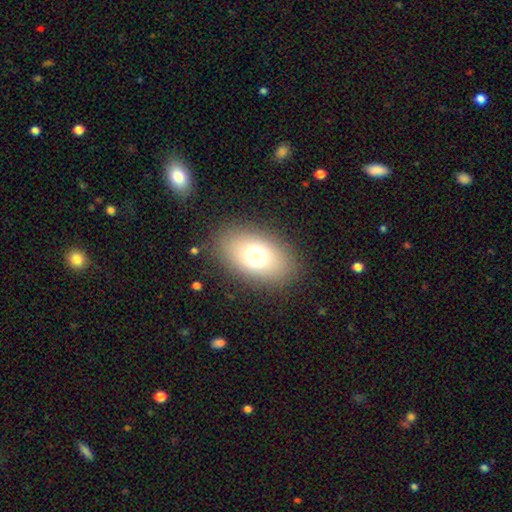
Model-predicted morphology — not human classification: Smooth or featured?
  - smooth: 73% *
  - featured or disk: 15%
  - star or artifact: 12%
How rounded?
  - in between: 84% *
  - round: 14%
  - cigar-shaped: 2%
Merging?
  - none: 85% *
  - minor disturbance: 9%
  - major disturbance: 5%
  - merger: 1%